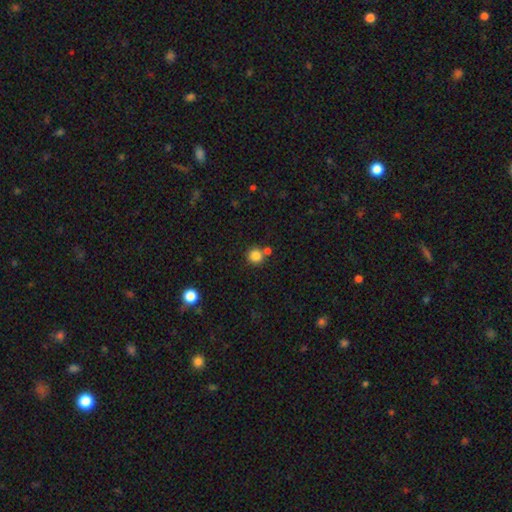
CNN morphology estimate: Smooth or featured: smooth — 84% (star or artifact — 11%)
How rounded: round — 94% (in between — 5%)
Merging: none — 71% (merger — 19%)